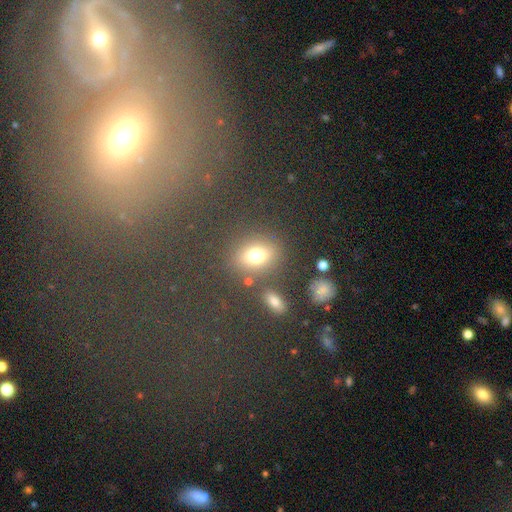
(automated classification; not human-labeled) smooth-or-featured: smooth: 71% | star or artifact: 17% | featured or disk: 11%
  how-rounded: in between: 51% | round: 46% | cigar-shaped: 3%
  merging: none: 74% | minor disturbance: 12% | merger: 8% | major disturbance: 6%